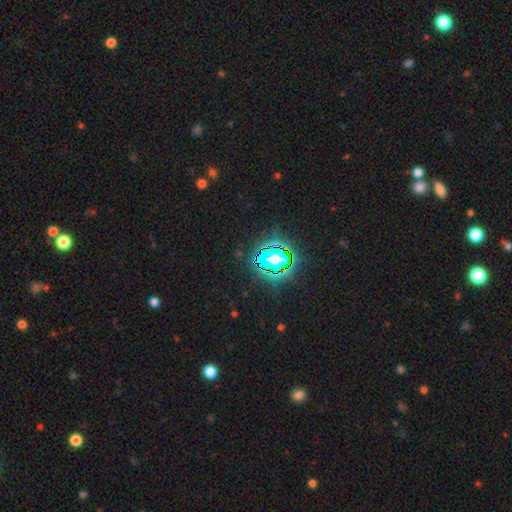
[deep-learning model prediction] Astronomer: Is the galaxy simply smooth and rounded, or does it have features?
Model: star or artifact — 80%.